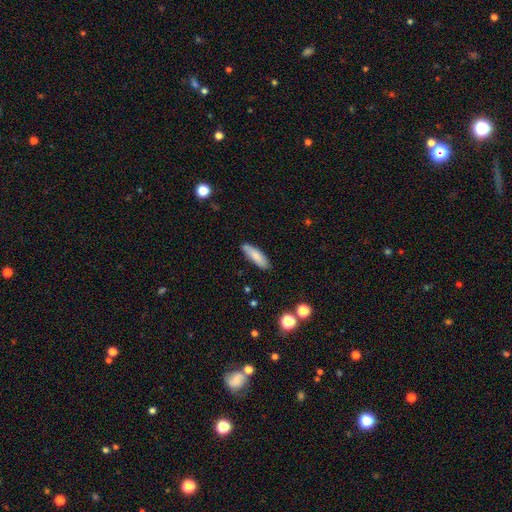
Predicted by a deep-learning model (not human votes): Morphology: type=smooth (82%); roundness=cigar-shaped (52%); merging=none (81%).